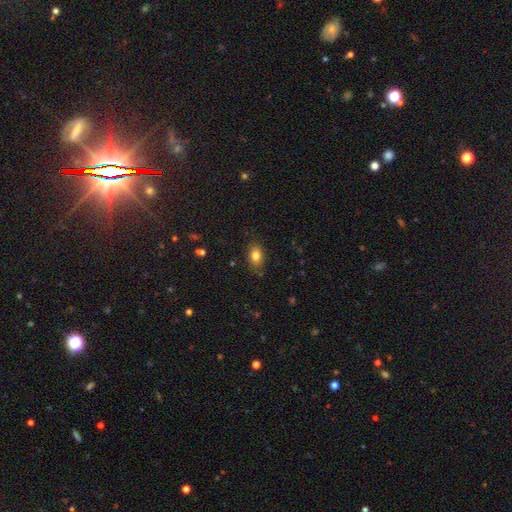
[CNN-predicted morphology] This appears to be a smooth galaxy with no disk features (81%) that is in between round and cigar-shaped (79%). Merging: none (82%).